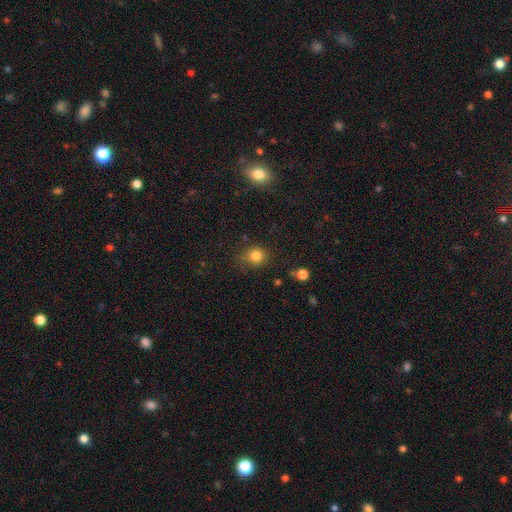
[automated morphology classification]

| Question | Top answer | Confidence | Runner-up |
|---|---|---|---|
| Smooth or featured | smooth | 82% | star or artifact (13%) |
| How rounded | round | 86% | in between (13%) |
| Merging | none | 77% | minor disturbance (15%) |